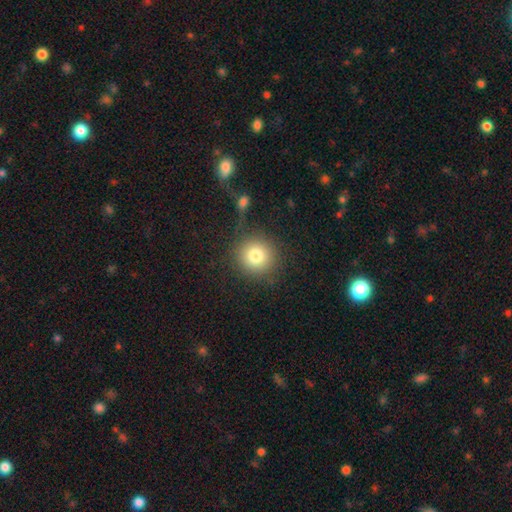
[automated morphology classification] Overall: smooth (80%). How rounded: round (93%). Merging: none (80%).